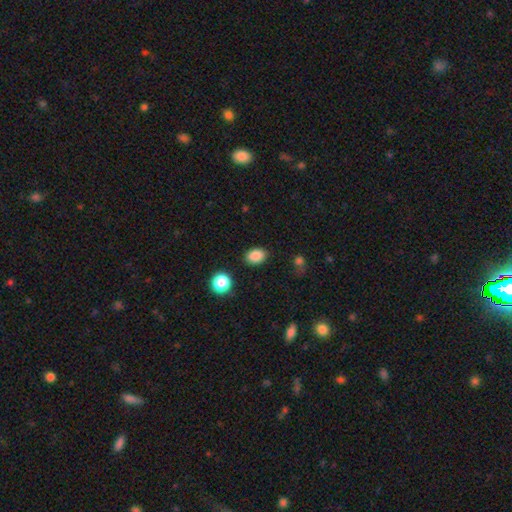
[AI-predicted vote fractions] Smooth or featured?
  - smooth: 87% *
  - star or artifact: 10%
  - featured or disk: 4%
How rounded?
  - in between: 74% *
  - round: 25%
  - cigar-shaped: 1%
Merging?
  - none: 85% *
  - minor disturbance: 10%
  - major disturbance: 3%
  - merger: 2%